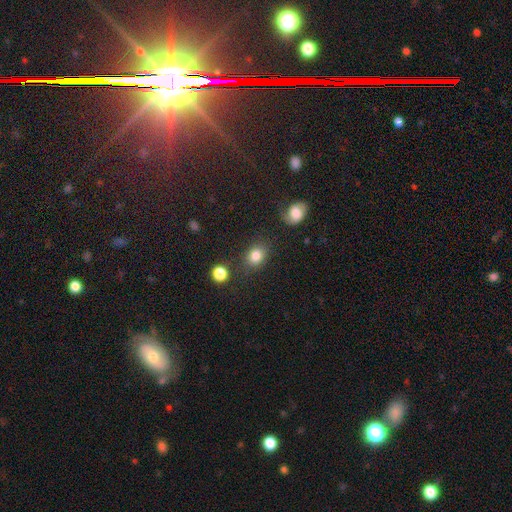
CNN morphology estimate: smooth-or-featured: smooth: 83% | star or artifact: 10% | featured or disk: 7%
  how-rounded: in between: 53% | round: 46% | cigar-shaped: 1%
  merging: none: 79% | minor disturbance: 12% | merger: 5% | major disturbance: 4%